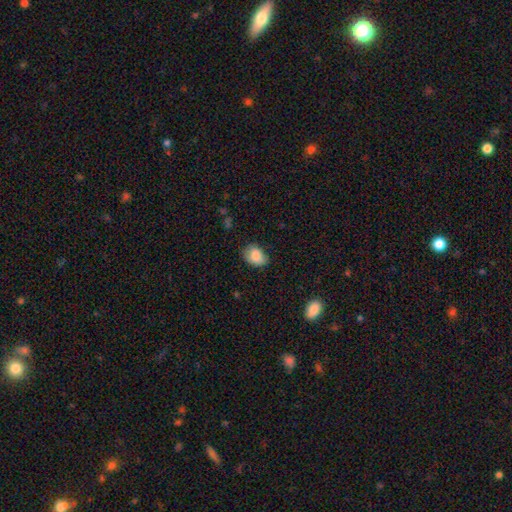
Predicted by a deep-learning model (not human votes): smooth-or-featured: smooth: 83% | featured or disk: 10% | star or artifact: 8%
  how-rounded: in between: 74% | round: 25% | cigar-shaped: 1%
  merging: none: 65% | minor disturbance: 28% | major disturbance: 6% | merger: 1%